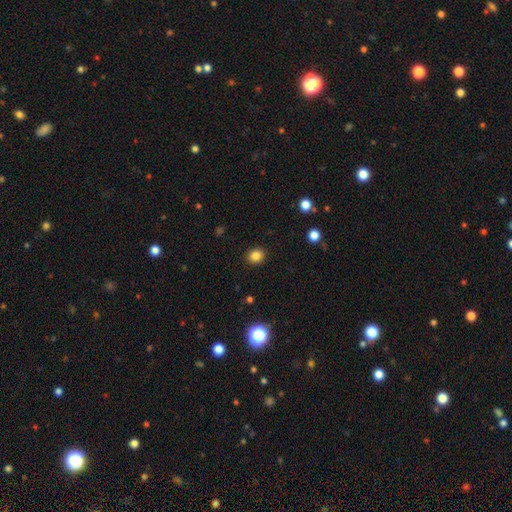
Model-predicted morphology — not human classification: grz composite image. It shows a smooth galaxy with no disk features (84%) that is round (70%). Merging: none (90%).